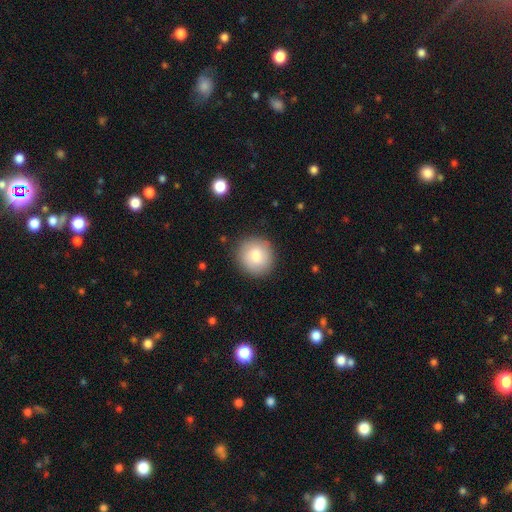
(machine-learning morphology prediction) A smooth galaxy with no disk features (81%) that is round (92%). Merging: none (88%).